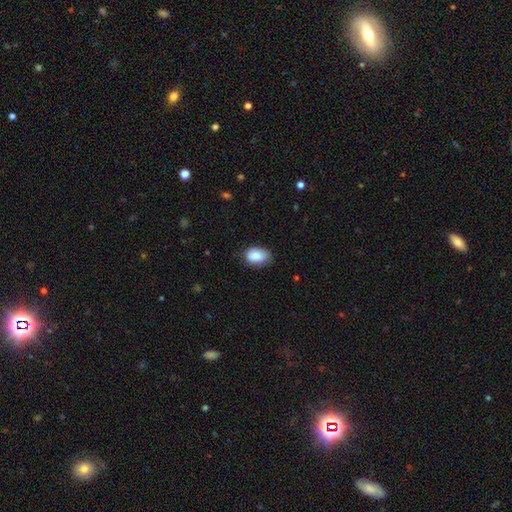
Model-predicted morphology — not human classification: The model was most divided on "merging": none: 70%, minor disturbance: 25%, major disturbance: 4%, merger: 1%. More confident: smooth or featured — smooth (87%); how rounded — in between (86%).